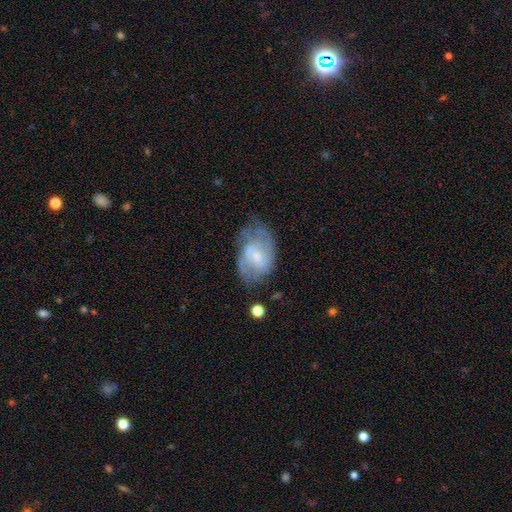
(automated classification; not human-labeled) A featured or disk galaxy (69%) with a weak bar (53%), 2 (52%) medium (45%) spiral arms (80%) and a small central bulge (50%). Merging: none (50%).